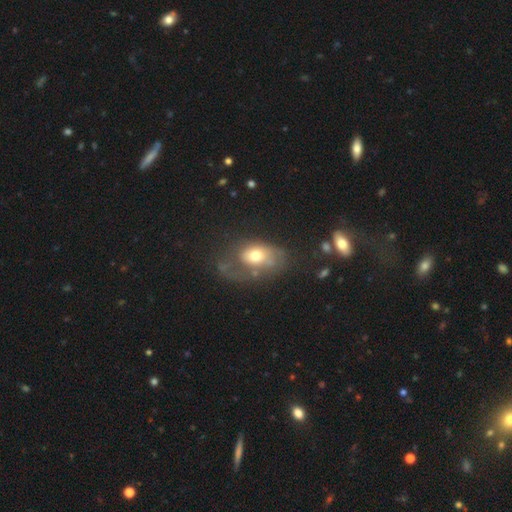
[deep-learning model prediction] Overall: smooth (56%; featured or disk 35%). How rounded: in between (77%). Merging: major disturbance (44%; none 27%).